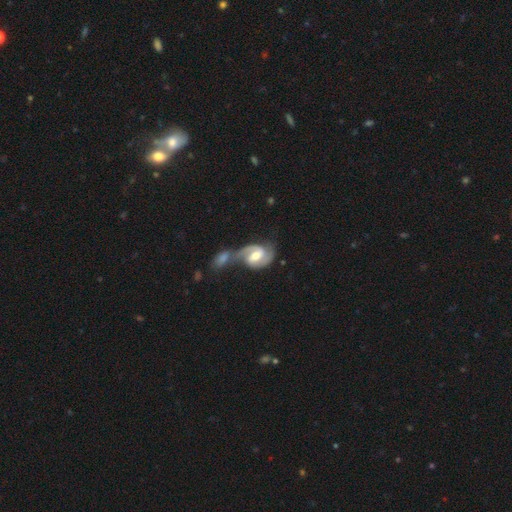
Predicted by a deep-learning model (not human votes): This appears to be a featured or disk galaxy (83%) with a weak bar (52%), 2 (88%) medium (52%) spiral arms (94%) and a moderate central bulge (65%). Merging: merger (53%).